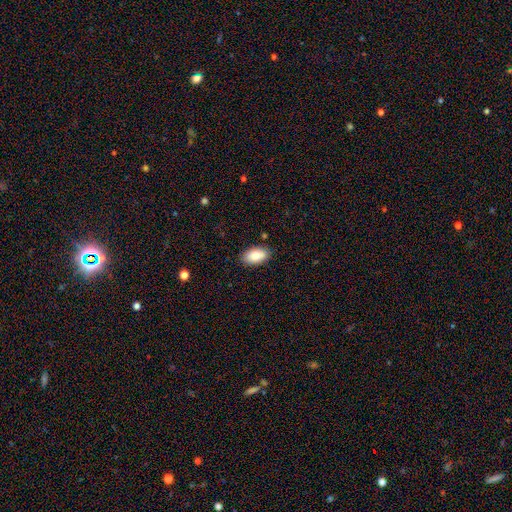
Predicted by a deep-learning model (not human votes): smooth 82%, featured or disk 11%, star or artifact 7%. Down the decision tree: how rounded — in between (93%); merging — none (85%).